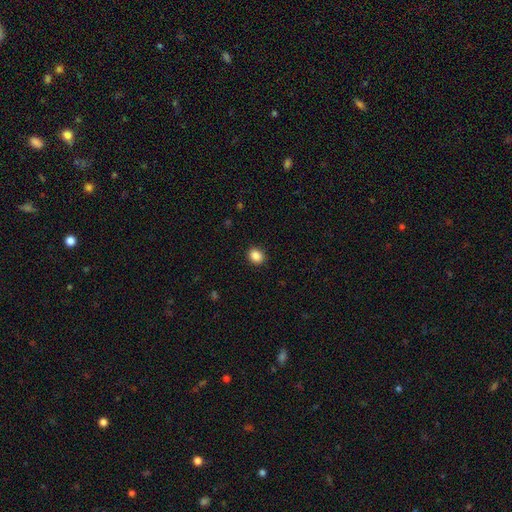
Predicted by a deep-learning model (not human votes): smooth_or_featured: smooth (p=0.88) [alt: star or artifact p=0.09]
how_rounded: round (p=0.59) [alt: in between p=0.40]
merging: none (p=0.91) [alt: minor disturbance p=0.06]